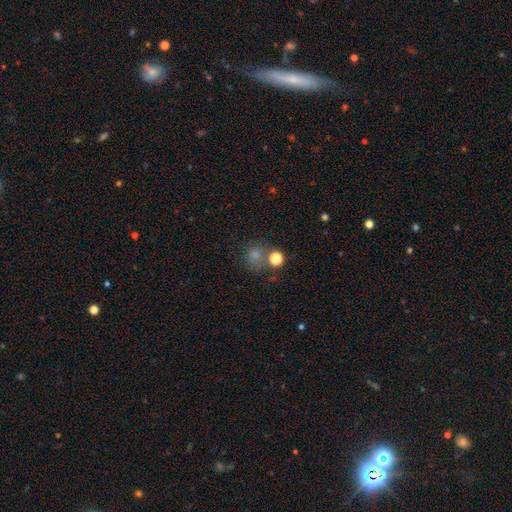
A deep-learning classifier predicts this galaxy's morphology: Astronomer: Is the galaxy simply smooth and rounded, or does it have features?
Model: smooth — 73%.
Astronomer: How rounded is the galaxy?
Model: round — 85%.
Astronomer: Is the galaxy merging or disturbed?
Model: none — 62%.